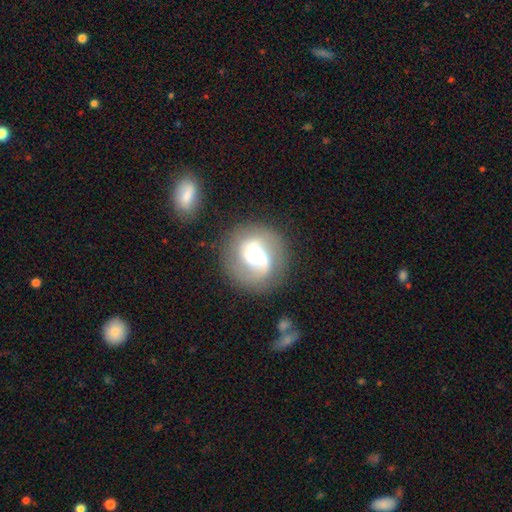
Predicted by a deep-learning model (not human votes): Smooth or featured?
  - featured or disk: 75% *
  - smooth: 17%
  - star or artifact: 8%
Edge-on disk?
  - no: 98% *
  - yes: 2%
Bar?
  - no: 44% *
  - weak: 39%
  - strong: 17%
Spiral arms?
  - yes: 93% *
  - no: 7%
Spiral winding?
  - medium: 46% *
  - loose: 28%
  - tight: 25%
Spiral arm count?
  - 2: 78% *
  - can't tell: 7%
  - 3: 6%
  - 1: 6%
  - 4: 2%
  - more than 4: 2%
Bulge size?
  - moderate: 41% *
  - small: 27%
  - large: 23%
  - dominant: 6%
  - none: 3%
Merging?
  - none: 77% *
  - minor disturbance: 12%
  - major disturbance: 8%
  - merger: 2%